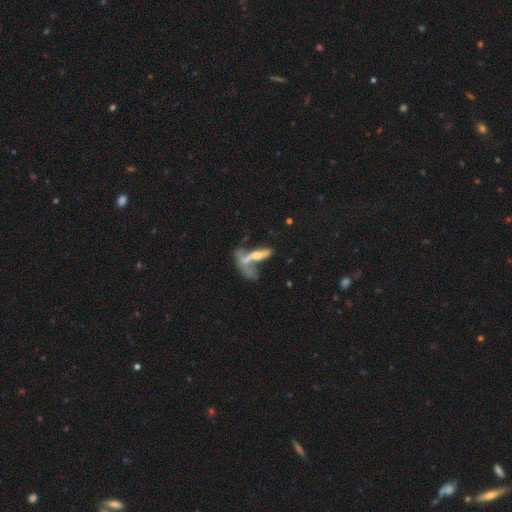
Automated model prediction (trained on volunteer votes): A featured or disk galaxy (51%). Merging: merger (51%).